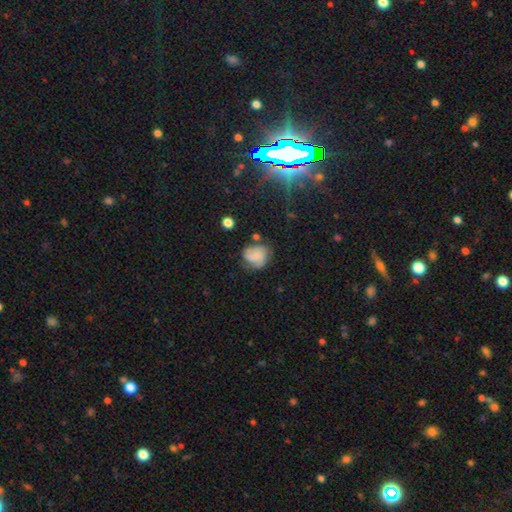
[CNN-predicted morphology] The model was most divided on "smooth or featured": smooth: 52%, featured or disk: 38%, star or artifact: 11%. More confident: how rounded — round (69%); merging — none (53%).